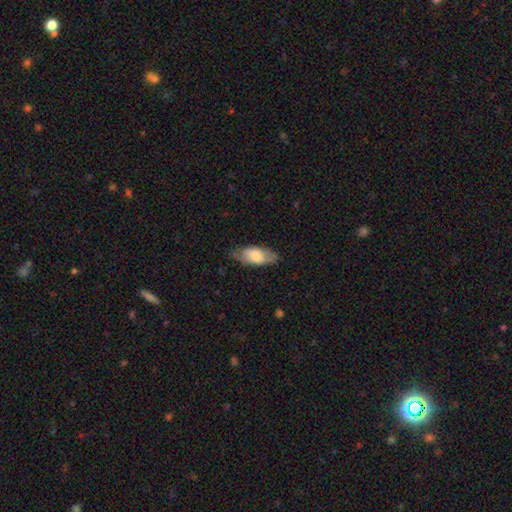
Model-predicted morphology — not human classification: Smooth or featured? smooth (70%)
How rounded? in between (85%)
Merging? none (71%)